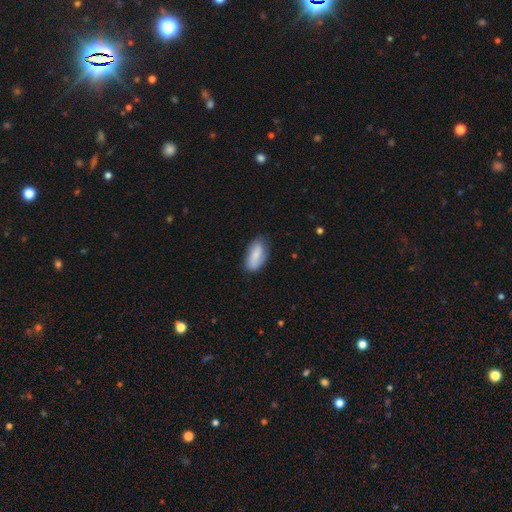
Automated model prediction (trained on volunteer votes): smooth 79%, featured or disk 15%, star or artifact 6%. Down the decision tree: how rounded — in between (89%); merging — none (73%).